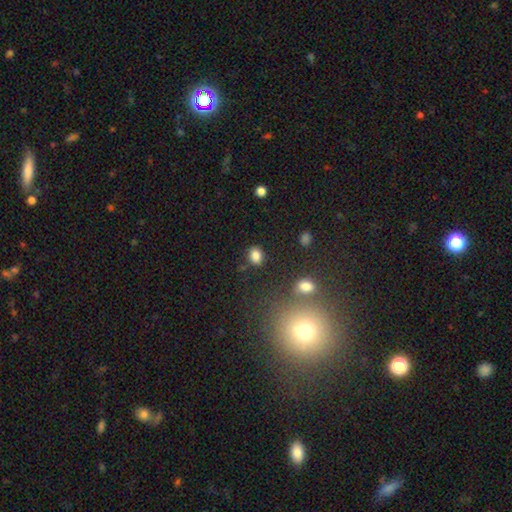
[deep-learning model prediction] Smooth or featured? smooth (84%)
How rounded? in between (58%)
Merging? none (81%)